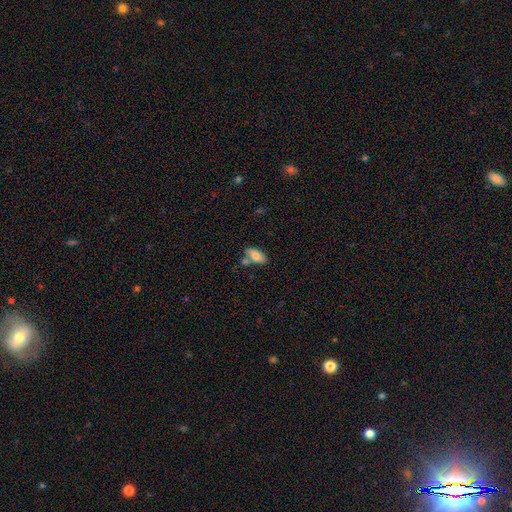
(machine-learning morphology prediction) Smooth or featured?
  - smooth: 80% *
  - featured or disk: 13%
  - star or artifact: 7%
How rounded?
  - in between: 89% *
  - cigar-shaped: 8%
  - round: 3%
Merging?
  - none: 55% *
  - merger: 23%
  - minor disturbance: 17%
  - major disturbance: 5%